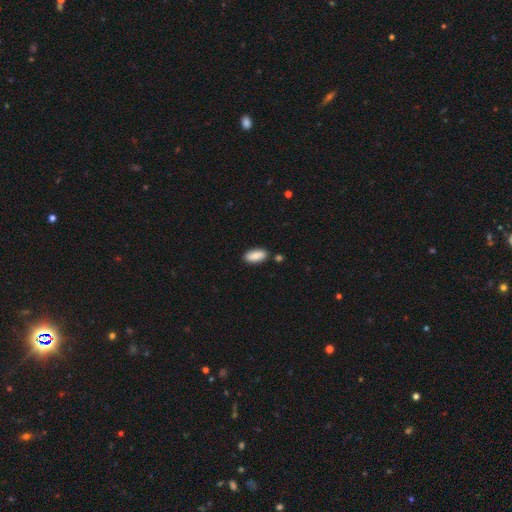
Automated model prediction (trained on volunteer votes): smooth_or_featured: smooth (p=0.88) [alt: star or artifact p=0.06]
how_rounded: in between (p=0.88) [alt: cigar-shaped p=0.10]
merging: none (p=0.82) [alt: minor disturbance p=0.11]